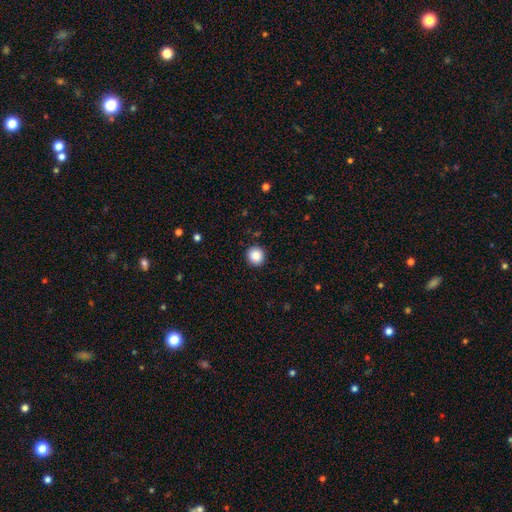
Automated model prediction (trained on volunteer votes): Morphology: type=smooth (88%); roundness=round (94%); merging=none (91%).